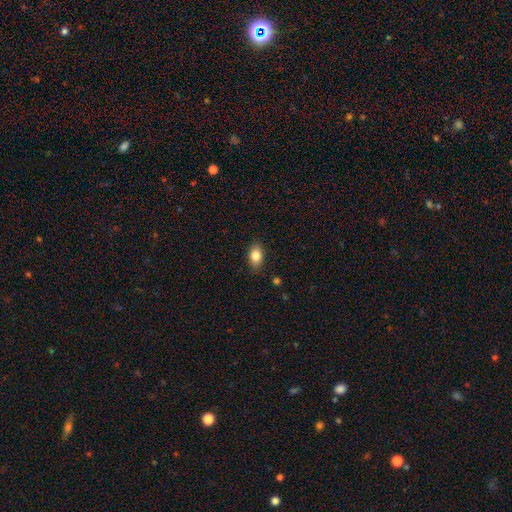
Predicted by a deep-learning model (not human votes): Smooth or featured: smooth — 83% (featured or disk — 9%)
How rounded: in between — 86% (round — 11%)
Merging: none — 87% (minor disturbance — 10%)